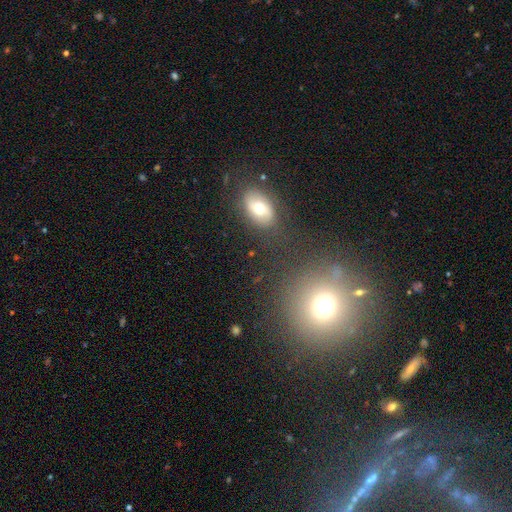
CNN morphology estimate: Q: Smooth or featured?
A: smooth (48%); runner-up: star or artifact (33%)
Q: Merging?
A: none (70%); runner-up: merger (13%)